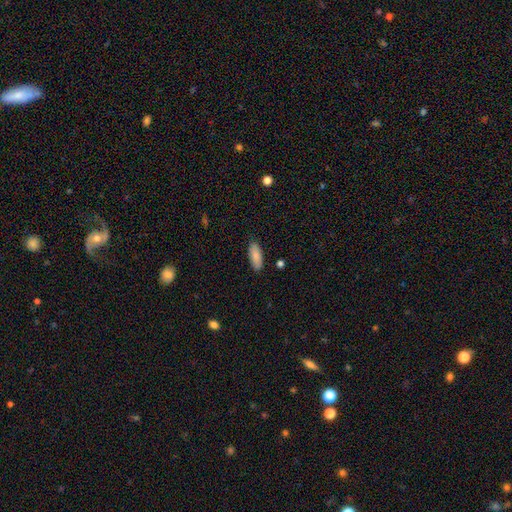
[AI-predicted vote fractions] smooth_or_featured: smooth (p=0.88) [alt: star or artifact p=0.06]
how_rounded: in between (p=0.73) [alt: cigar-shaped p=0.25]
merging: none (p=0.86) [alt: minor disturbance p=0.10]